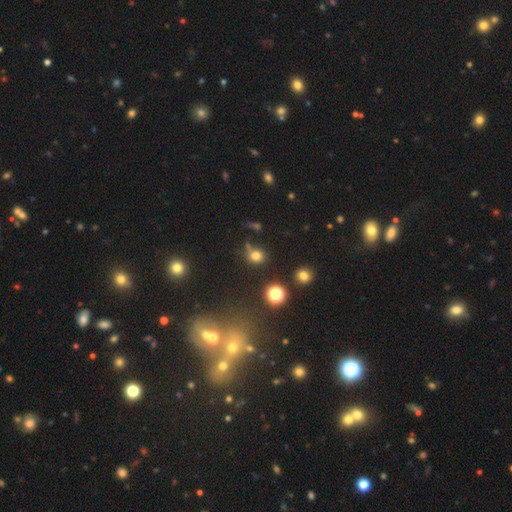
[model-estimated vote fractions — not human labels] Smooth or featured? Predicted: smooth (p=0.75). How rounded? Predicted: round (p=0.71). Merging? Predicted: none (p=0.65).